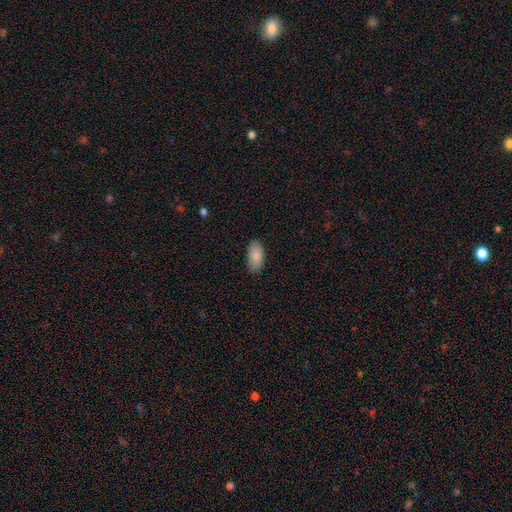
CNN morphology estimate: smooth 88%, star or artifact 6%, featured or disk 6%. Down the decision tree: how rounded — in between (93%); merging — none (85%).